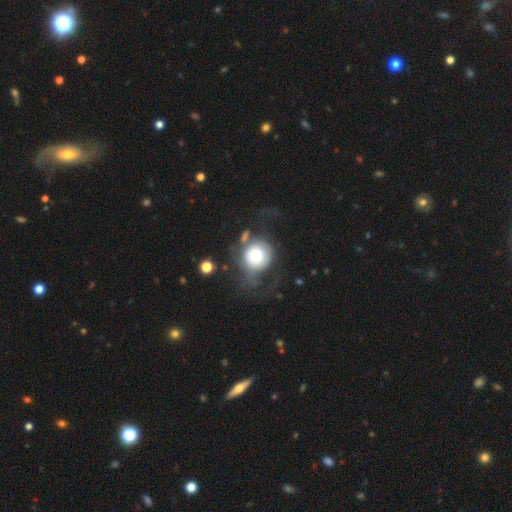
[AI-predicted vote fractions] smooth_or_featured: smooth (p=0.65) [alt: featured or disk p=0.25]
how_rounded: round (p=0.90) [alt: in between p=0.09]
merging: none (p=0.38) [alt: major disturbance p=0.32]